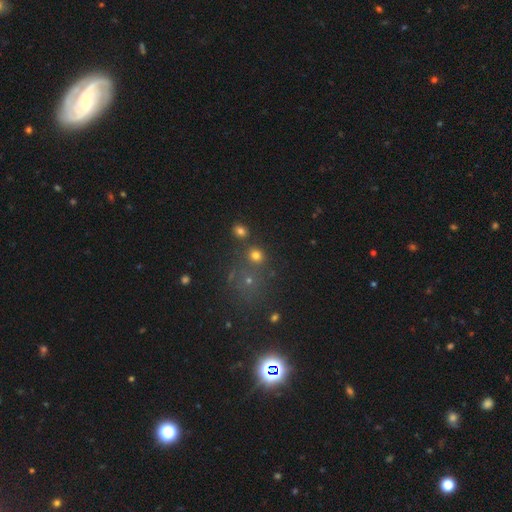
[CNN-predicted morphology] type=smooth (70%); roundness=round (80%); merging=none (69%).